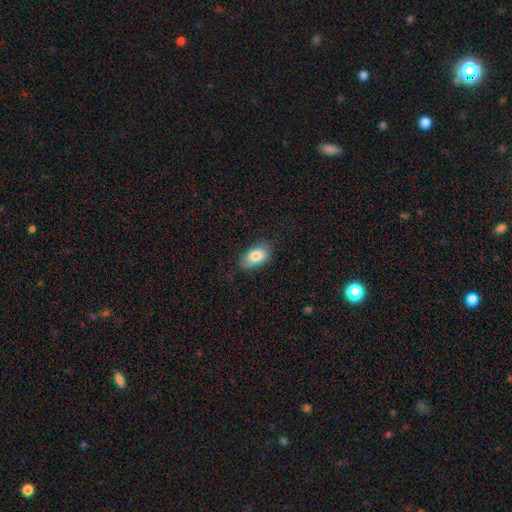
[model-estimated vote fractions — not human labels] A smooth galaxy with no disk features (80%) that is in between round and cigar-shaped (90%). Merging: none (77%).